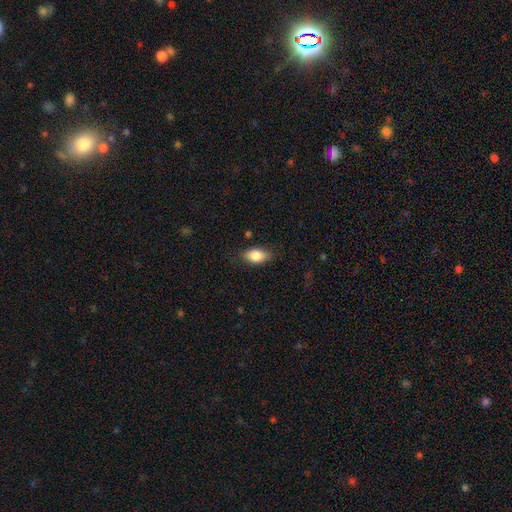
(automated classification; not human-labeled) A smooth galaxy with no disk features (83%) that is in between round and cigar-shaped (88%). Merging: none (81%).